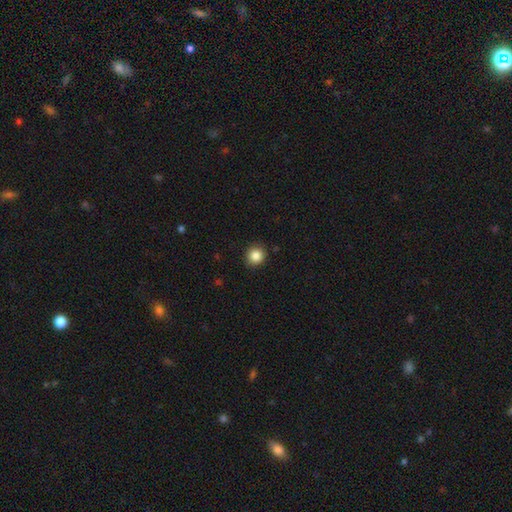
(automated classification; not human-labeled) The model was most divided on "smooth or featured": smooth: 86%, star or artifact: 10%, featured or disk: 4%. More confident: how rounded — round (90%); merging — none (90%).